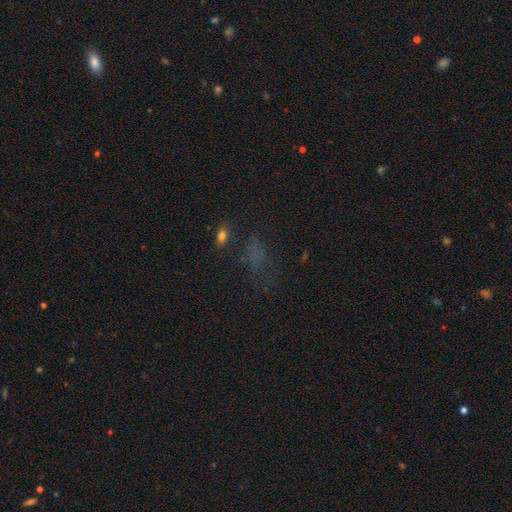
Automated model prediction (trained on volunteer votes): smooth-or-featured: smooth: 50% | star or artifact: 33% | featured or disk: 18%
  merging: none: 50% | major disturbance: 24% | minor disturbance: 20% | merger: 5%